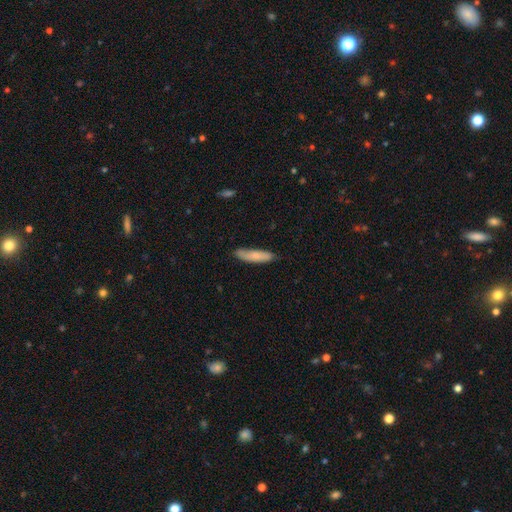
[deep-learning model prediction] smooth-or-featured: smooth: 78% | featured or disk: 16% | star or artifact: 6%
  how-rounded: cigar-shaped: 75% | in between: 23% | round: 1%
  merging: none: 77% | minor disturbance: 19% | major disturbance: 3% | merger: 2%